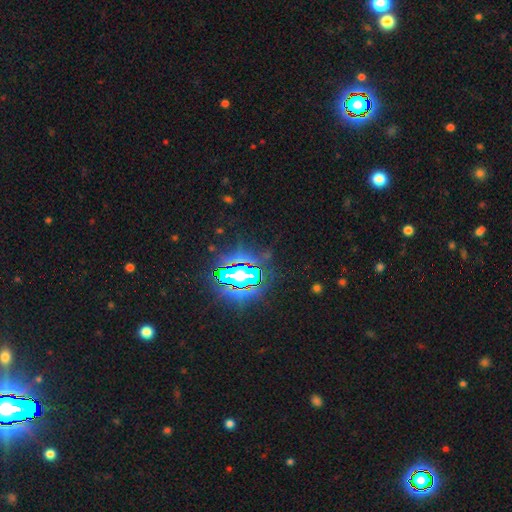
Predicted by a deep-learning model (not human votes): A star or artifact, not a galaxy (85%).

Vote fractions:
- Smooth or featured? star or artifact: 85% / smooth: 9% / featured or disk: 7%